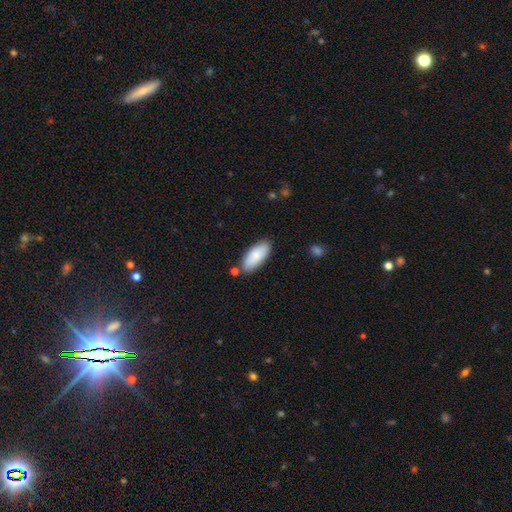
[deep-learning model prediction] smooth 84%, featured or disk 11%, star or artifact 6%. Down the decision tree: how rounded — in between (84%); merging — none (80%).